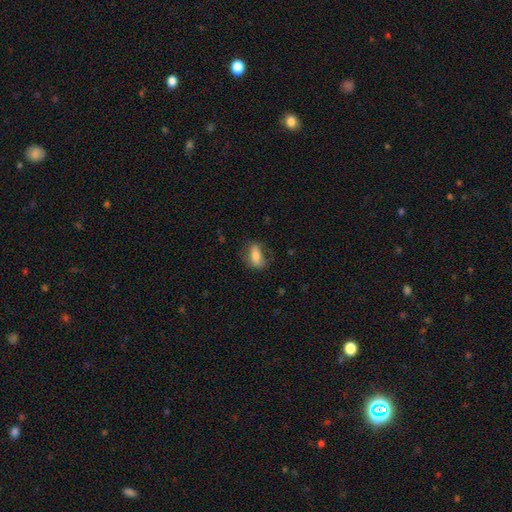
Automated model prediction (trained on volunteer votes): A smooth galaxy with no disk features (69%) that is in between round and cigar-shaped (77%).

Vote fractions:
- Smooth or featured? smooth: 69% / featured or disk: 24% / star or artifact: 7%
- How rounded? in between: 77% / cigar-shaped: 17% / round: 6%
- Merging? none: 69% / minor disturbance: 20% / major disturbance: 9% / merger: 1%